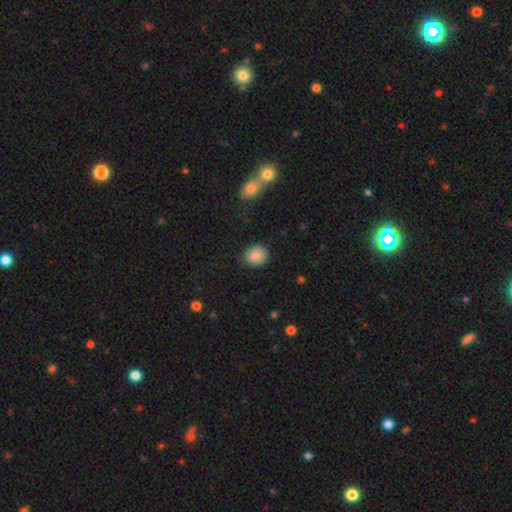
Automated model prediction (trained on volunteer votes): Smooth or featured: smooth — 87% (star or artifact — 9%)
How rounded: round — 75% (in between — 24%)
Merging: none — 86% (minor disturbance — 10%)